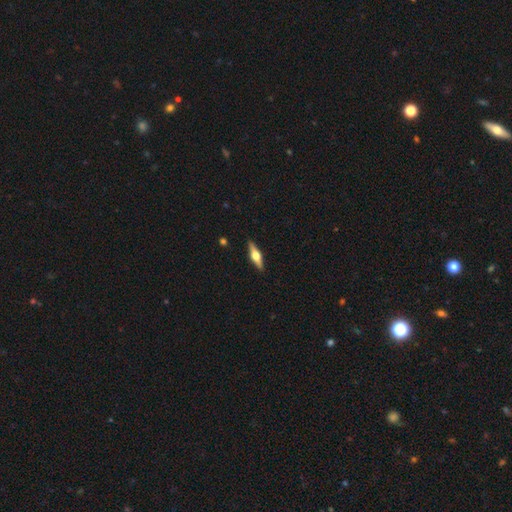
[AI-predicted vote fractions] smooth-or-featured: featured or disk: 69% | smooth: 25% | star or artifact: 6%
  disk-edge-on: yes: 97% | no: 3%
    edge-on-bulge: rounded: 95% | boxy: 3% | none: 1%
  merging: none: 90% | minor disturbance: 7% | major disturbance: 2% | merger: 1%